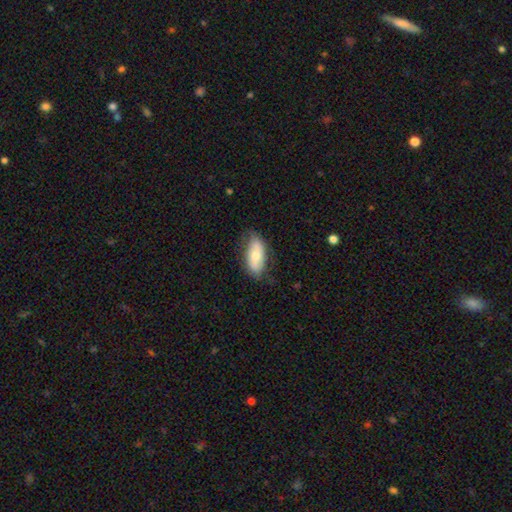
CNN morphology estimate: Smooth or featured?
  - smooth: 66% *
  - featured or disk: 28%
  - star or artifact: 6%
How rounded?
  - in between: 89% *
  - cigar-shaped: 8%
  - round: 3%
Merging?
  - none: 74% *
  - minor disturbance: 19%
  - major disturbance: 5%
  - merger: 1%